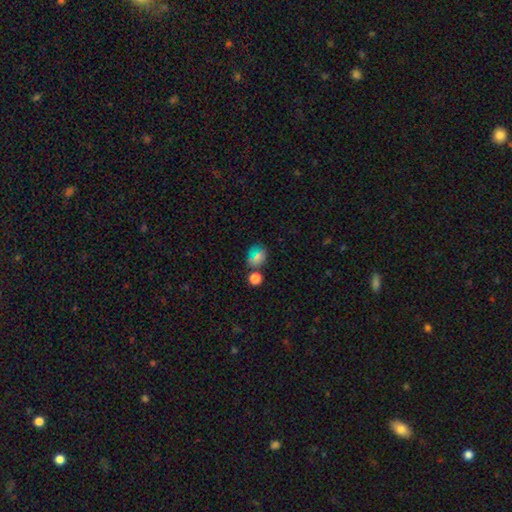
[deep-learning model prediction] smooth-or-featured: smooth: 68% | star or artifact: 19% | featured or disk: 13%
  how-rounded: round: 60% | in between: 38% | cigar-shaped: 1%
  merging: none: 66% | minor disturbance: 15% | merger: 13% | major disturbance: 6%